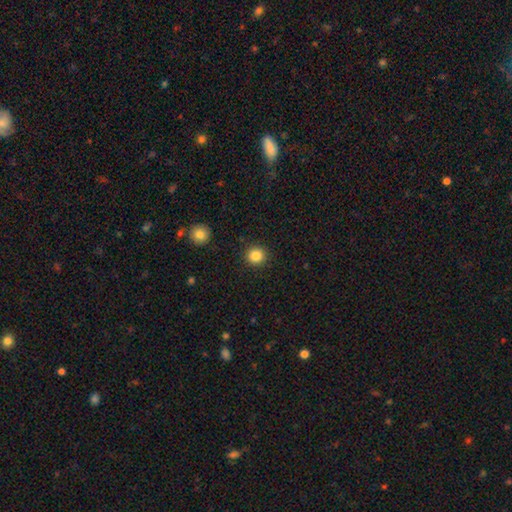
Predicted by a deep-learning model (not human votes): The model was most divided on "smooth or featured": smooth: 84%, star or artifact: 11%, featured or disk: 5%. More confident: how rounded — round (94%); merging — none (92%).